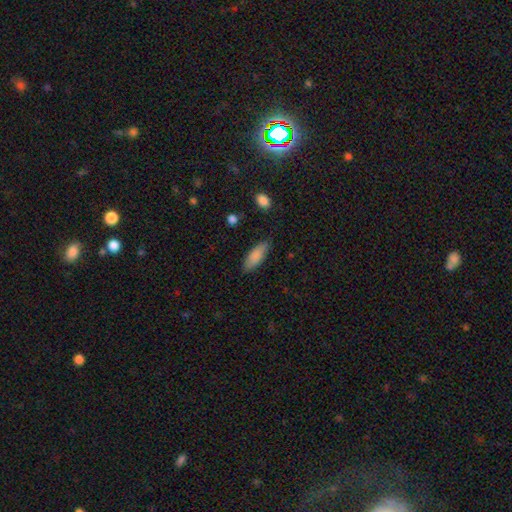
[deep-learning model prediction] A smooth galaxy with no disk features (85%) that is in between round and cigar-shaped (67%). Merging: none (82%).